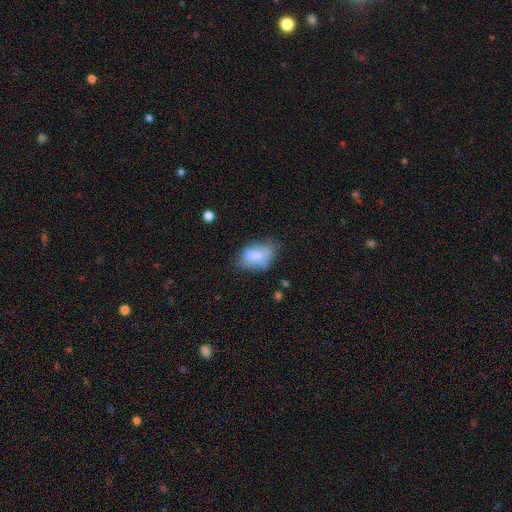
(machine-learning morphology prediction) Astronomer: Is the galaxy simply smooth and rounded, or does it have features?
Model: smooth — 76%.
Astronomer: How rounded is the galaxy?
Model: in between — 89%.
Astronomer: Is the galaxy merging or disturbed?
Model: none — 44% (runner-up: minor disturbance, 35%).